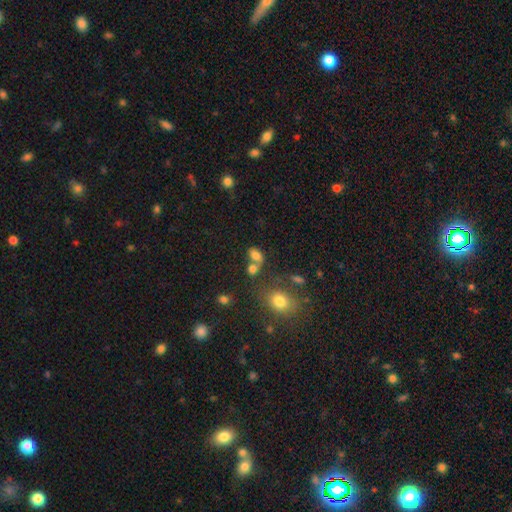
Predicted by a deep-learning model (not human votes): Smooth or featured: smooth — 74% (star or artifact — 14%)
How rounded: in between — 77% (round — 21%)
Merging: merger — 48% (none — 33%)